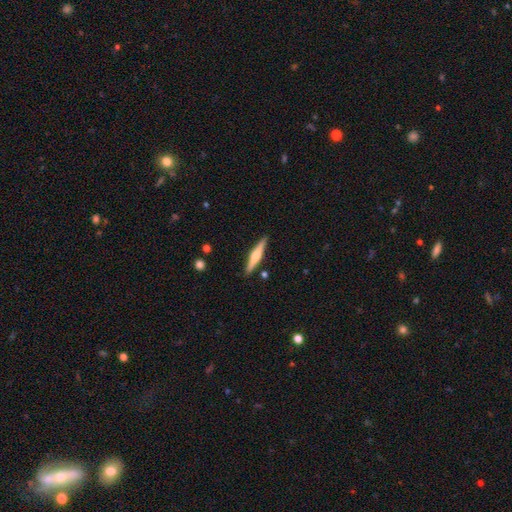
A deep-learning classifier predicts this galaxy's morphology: Overall: featured or disk (58%; smooth 36%). Edge-on disk: yes (97%). Edge-on bulge: rounded (85%). Merging: none (89%).